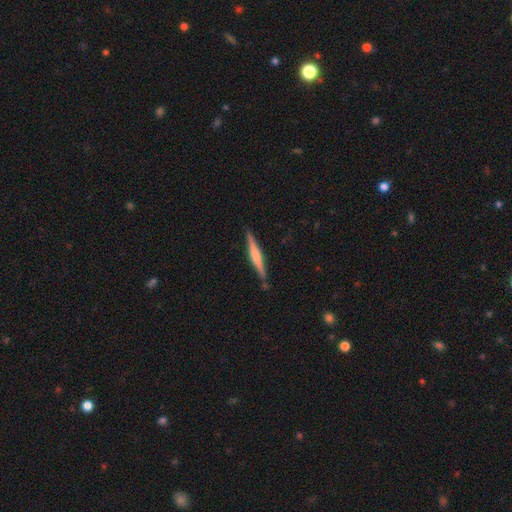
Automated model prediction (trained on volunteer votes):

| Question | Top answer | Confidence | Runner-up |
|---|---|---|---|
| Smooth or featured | featured or disk | 58% | smooth (37%) |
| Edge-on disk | yes | 98% | no (2%) |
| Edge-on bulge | rounded | 55% | boxy (22%) |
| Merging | none | 87% | minor disturbance (9%) |